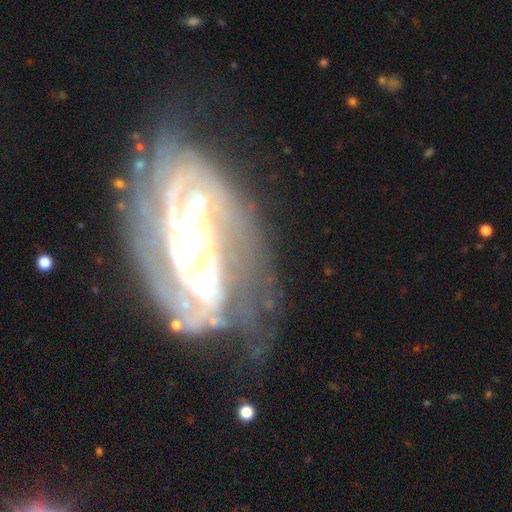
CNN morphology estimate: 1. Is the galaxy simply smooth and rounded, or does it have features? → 84% featured or disk, 8% smooth, 8% star or artifact.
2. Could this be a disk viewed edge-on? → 93% no, 7% yes.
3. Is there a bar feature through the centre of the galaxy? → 48% no, 28% strong, 24% weak.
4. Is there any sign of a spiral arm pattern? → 86% yes, 14% no.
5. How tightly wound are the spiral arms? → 53% tight, 34% medium, 13% loose.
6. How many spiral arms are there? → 37% 2, 28% can't tell, 14% 3, 8% 1, 7% 4, 6% more than 4.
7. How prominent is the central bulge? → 48% moderate, 29% large, 13% small, 5% dominant, 4% none.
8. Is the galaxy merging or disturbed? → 47% none, 24% major disturbance, 22% minor disturbance, 7% merger.